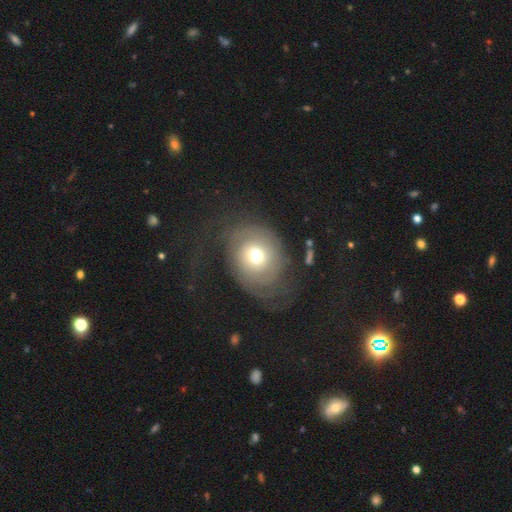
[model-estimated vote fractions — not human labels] A featured or disk galaxy (47%). Merging: none (52%).